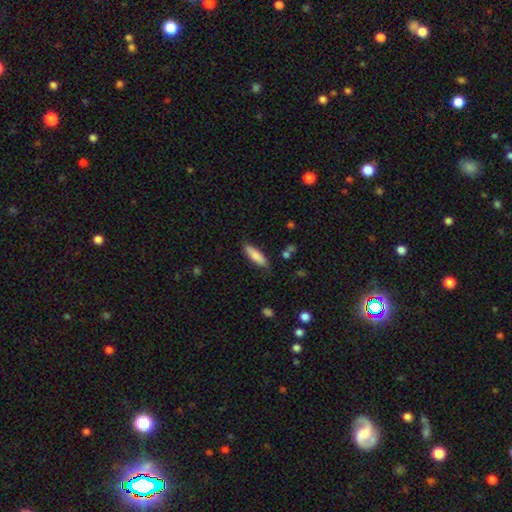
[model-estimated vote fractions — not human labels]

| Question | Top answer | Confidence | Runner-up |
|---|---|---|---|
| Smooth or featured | smooth | 82% | featured or disk (12%) |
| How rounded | cigar-shaped | 60% | in between (39%) |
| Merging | none | 84% | minor disturbance (12%) |